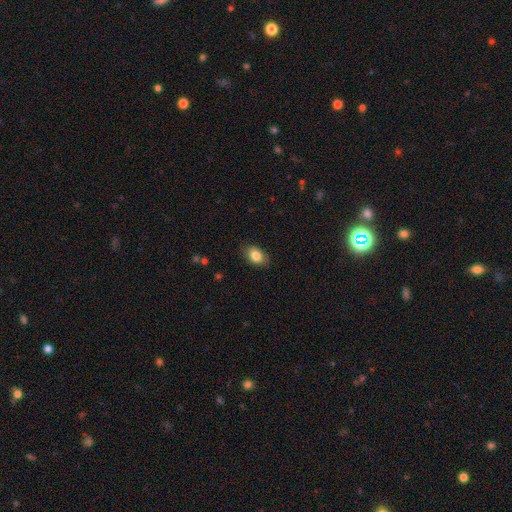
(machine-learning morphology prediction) smooth_or_featured: smooth (p=0.84) [alt: featured or disk p=0.08]
how_rounded: in between (p=0.83) [alt: round p=0.16]
merging: none (p=0.84) [alt: minor disturbance p=0.12]